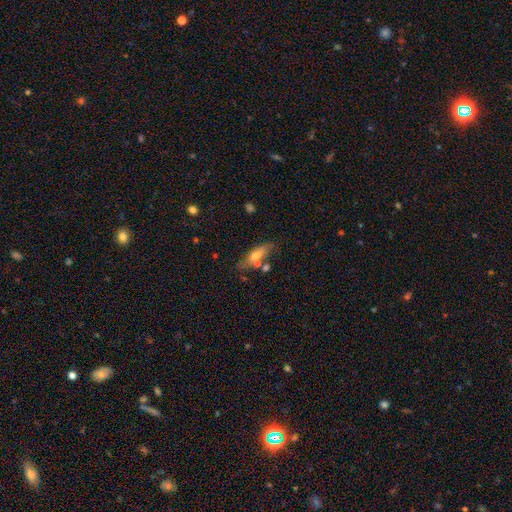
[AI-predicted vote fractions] This appears to be a smooth galaxy with no disk features (59%) that is in between round and cigar-shaped (54%). Merging: none (60%).